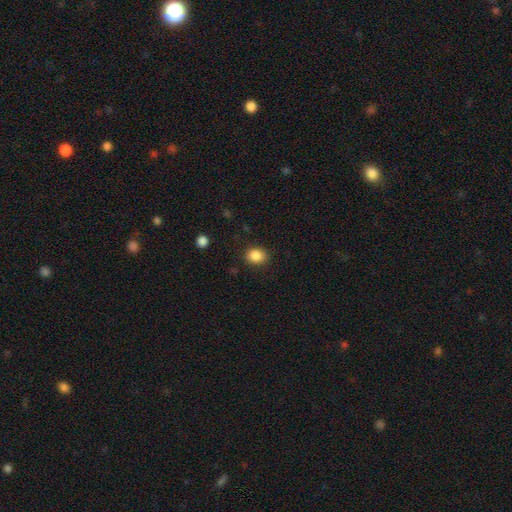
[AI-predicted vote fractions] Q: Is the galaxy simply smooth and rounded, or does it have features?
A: smooth — 87%.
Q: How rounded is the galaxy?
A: round — 60%.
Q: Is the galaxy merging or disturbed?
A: none — 87%.